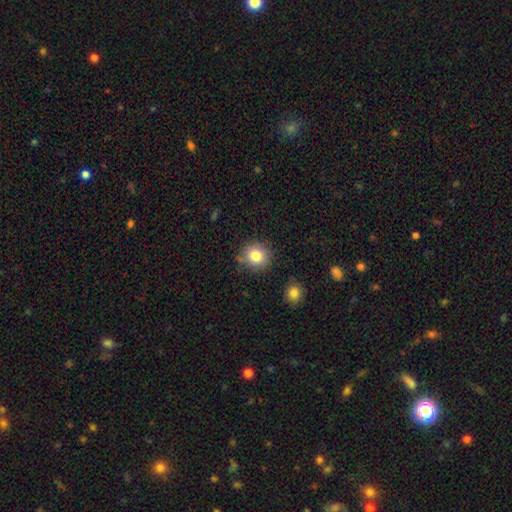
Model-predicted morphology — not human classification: A smooth galaxy with no disk features (81%) that is round (88%).

Vote fractions:
- Smooth or featured? smooth: 81% / star or artifact: 11% / featured or disk: 8%
- How rounded? round: 88% / in between: 11% / cigar-shaped: 1%
- Merging? none: 83% / minor disturbance: 11% / merger: 3% / major disturbance: 3%